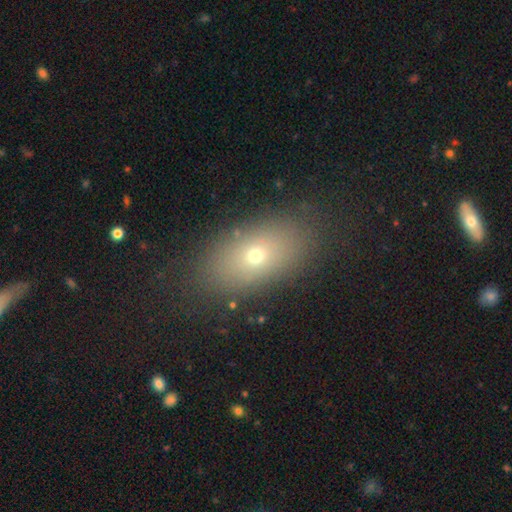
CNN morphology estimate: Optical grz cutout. It shows a smooth galaxy with no disk features (64%) that is in between round and cigar-shaped (81%). Merging: none (81%).